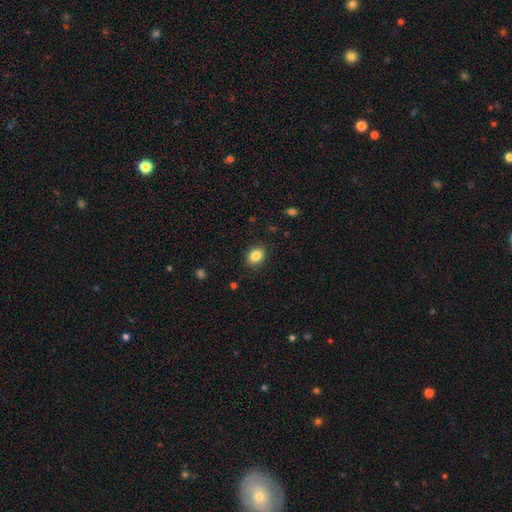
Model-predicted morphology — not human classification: A smooth galaxy with no disk features (85%) that is in between round and cigar-shaped (61%). Merging: none (88%).